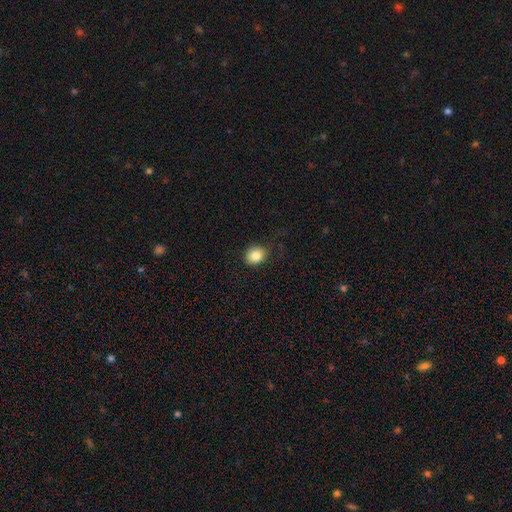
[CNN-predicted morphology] Q: Smooth or featured?
A: smooth (85%); runner-up: star or artifact (9%)
Q: How rounded?
A: round (57%); runner-up: in between (42%)
Q: Merging?
A: none (81%); runner-up: minor disturbance (14%)